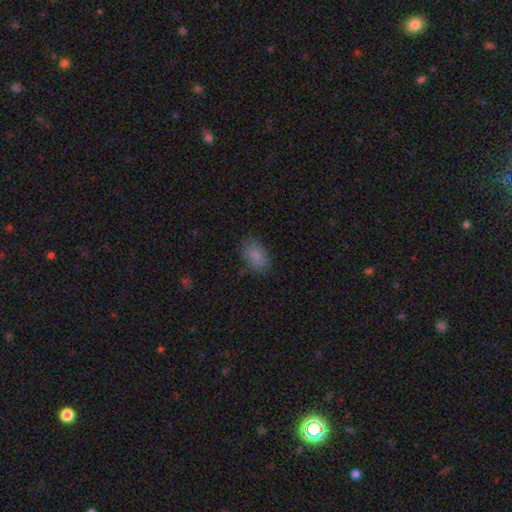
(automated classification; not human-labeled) smooth-or-featured: smooth: 84% | featured or disk: 8% | star or artifact: 8%
  how-rounded: in between: 88% | round: 10% | cigar-shaped: 1%
  merging: none: 78% | minor disturbance: 17% | major disturbance: 4% | merger: 1%